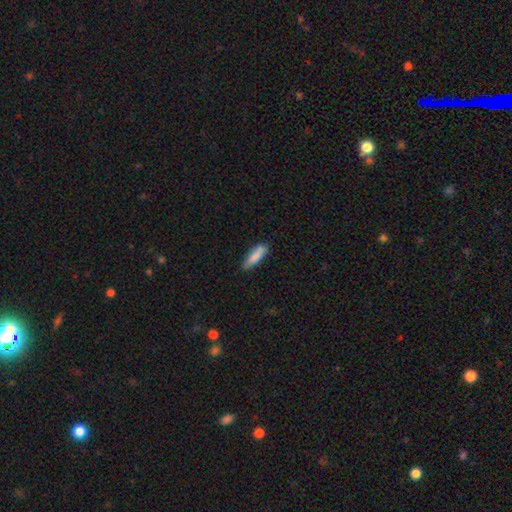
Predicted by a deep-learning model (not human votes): A smooth galaxy with no disk features (84%) that is cigar-shaped (66%).

Vote fractions:
- Smooth or featured? smooth: 84% / featured or disk: 10% / star or artifact: 6%
- How rounded? cigar-shaped: 66% / in between: 32% / round: 2%
- Merging? none: 82% / minor disturbance: 15% / major disturbance: 2% / merger: 1%